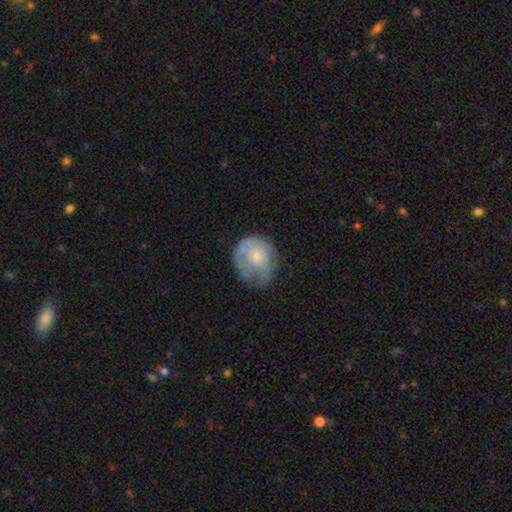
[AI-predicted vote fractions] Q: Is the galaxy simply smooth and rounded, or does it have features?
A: smooth — 51%.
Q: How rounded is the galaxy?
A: round — 73%.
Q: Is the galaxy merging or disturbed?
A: none — 48%.